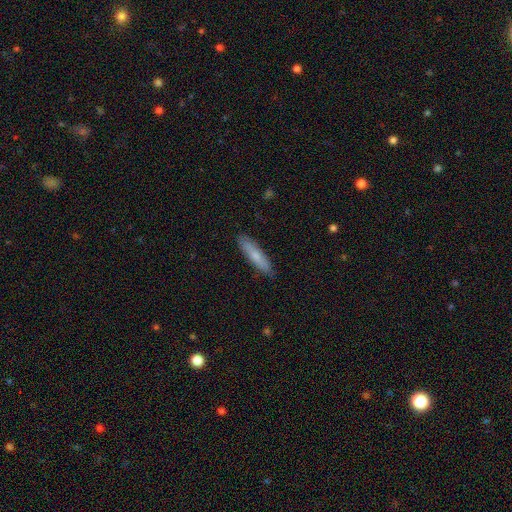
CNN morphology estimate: The model was most divided on "smooth or featured": smooth: 71%, featured or disk: 23%, star or artifact: 6%. More confident: merging — none (87%); how rounded — cigar-shaped (80%).